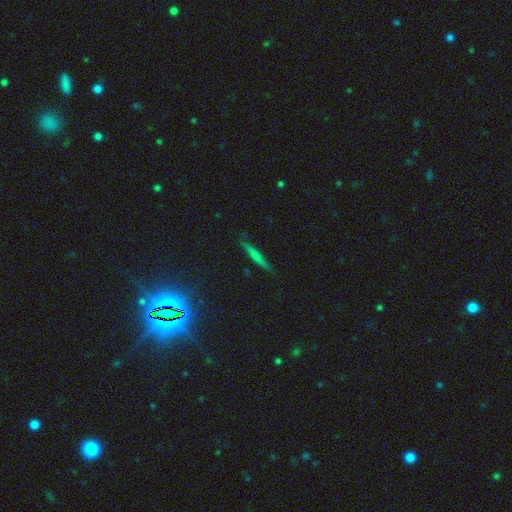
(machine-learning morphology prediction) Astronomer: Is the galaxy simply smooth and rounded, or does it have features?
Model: smooth — 59%.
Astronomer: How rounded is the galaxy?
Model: cigar-shaped — 93%.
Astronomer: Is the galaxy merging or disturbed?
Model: none — 87%.